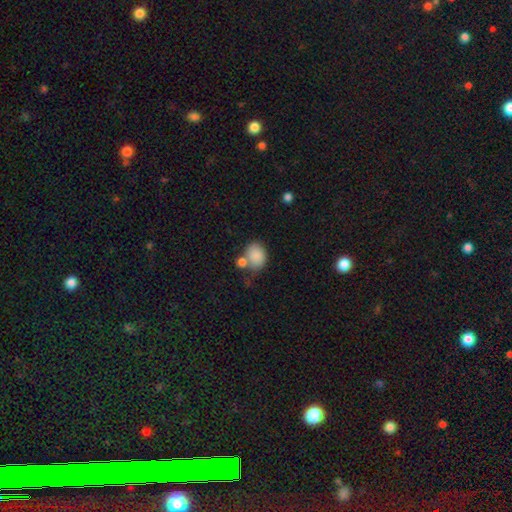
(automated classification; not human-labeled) Morphology: type=smooth (86%); roundness=in between (57%); merging=none (50%).